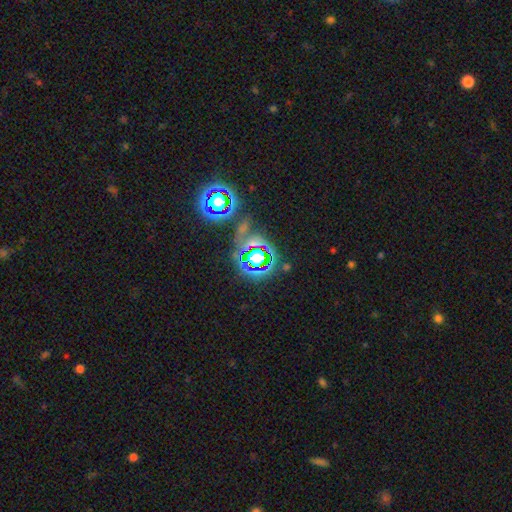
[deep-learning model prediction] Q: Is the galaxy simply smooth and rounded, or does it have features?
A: star or artifact — 61%.